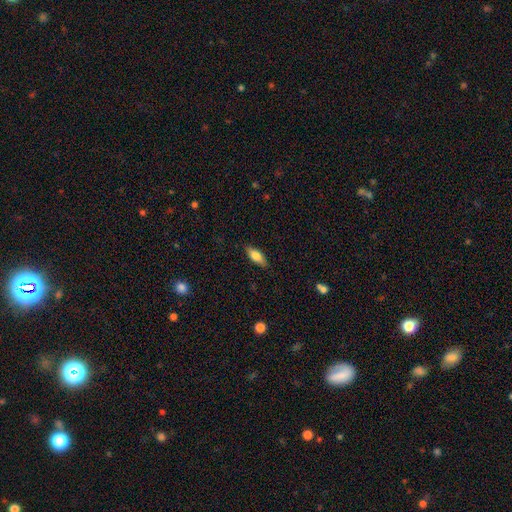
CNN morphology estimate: This is likely a smooth galaxy (76%). How rounded: likely in between (73%). Merging: clearly none (86%).